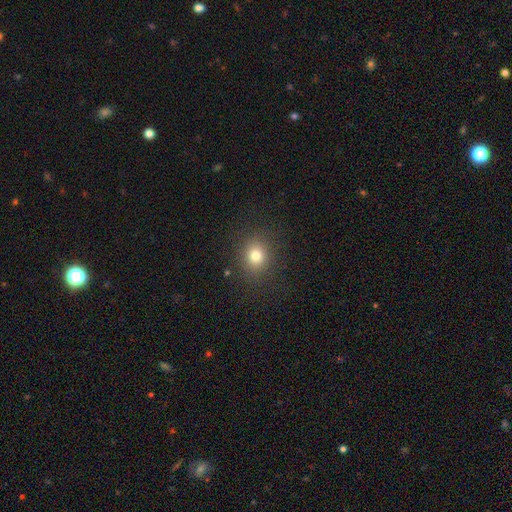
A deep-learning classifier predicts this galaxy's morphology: Smooth or featured: smooth — 79% (star or artifact — 14%)
How rounded: round — 74% (in between — 25%)
Merging: none — 88% (minor disturbance — 8%)